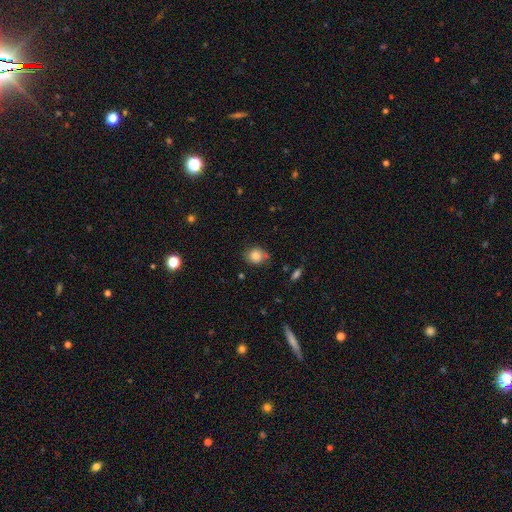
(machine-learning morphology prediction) Smooth or featured? Predicted: smooth (p=0.82). How rounded? Predicted: round (p=0.76). Merging? Predicted: none (p=0.71).